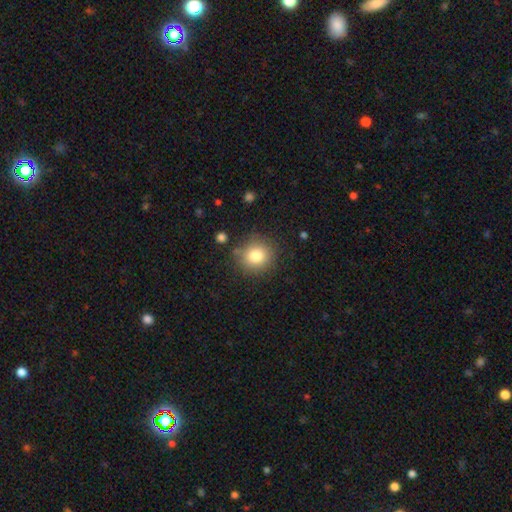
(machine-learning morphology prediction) Q: Smooth or featured?
A: smooth (80%); runner-up: star or artifact (10%)
Q: How rounded?
A: round (90%); runner-up: in between (9%)
Q: Merging?
A: none (83%); runner-up: minor disturbance (10%)